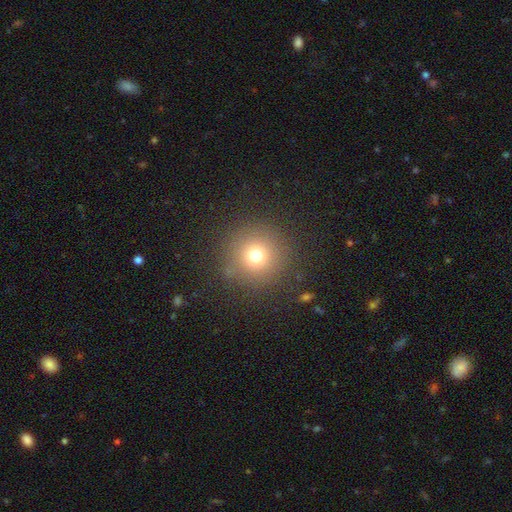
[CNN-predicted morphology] Overall: smooth (72%). How rounded: round (95%). Merging: none (87%).